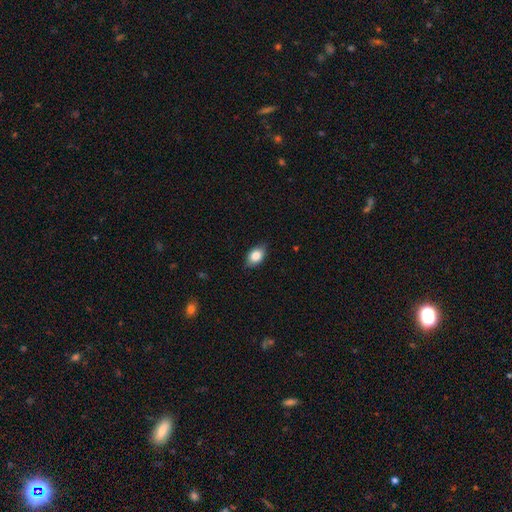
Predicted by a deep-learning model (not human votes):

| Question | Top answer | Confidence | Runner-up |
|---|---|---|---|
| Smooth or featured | smooth | 83% | featured or disk (9%) |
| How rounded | in between | 87% | round (11%) |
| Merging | none | 84% | minor disturbance (13%) |